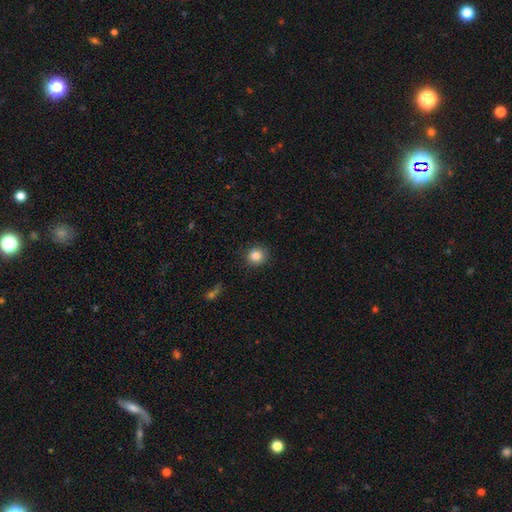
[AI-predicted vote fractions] smooth-or-featured: smooth: 85% | star or artifact: 10% | featured or disk: 5%
  how-rounded: round: 88% | in between: 12% | cigar-shaped: 1%
  merging: none: 88% | minor disturbance: 8% | major disturbance: 2% | merger: 1%